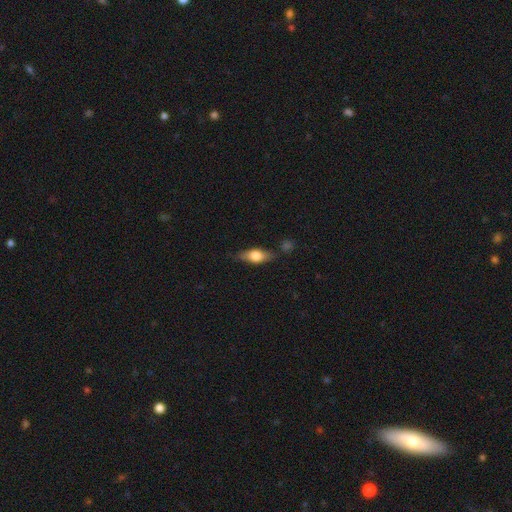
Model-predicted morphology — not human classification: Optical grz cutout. It shows a smooth galaxy with no disk features (59%) that is in between round and cigar-shaped (69%). Merging: none (74%).